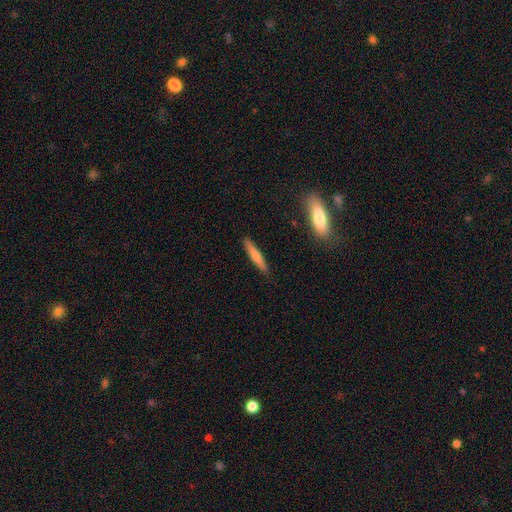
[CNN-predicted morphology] smooth-or-featured: smooth: 54% | featured or disk: 39% | star or artifact: 7%
  how-rounded: cigar-shaped: 91% | in between: 7% | round: 2%
  merging: none: 89% | minor disturbance: 8% | merger: 2% | major disturbance: 2%